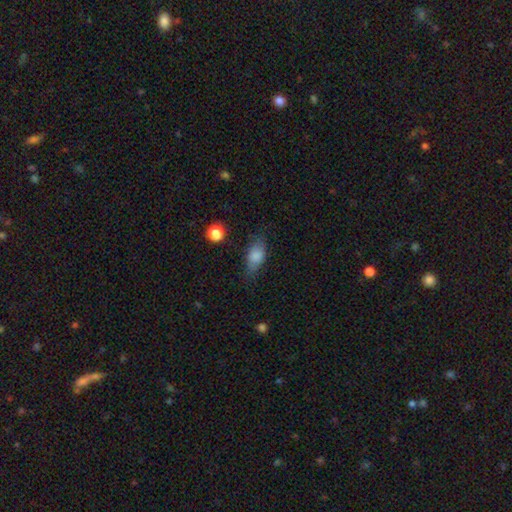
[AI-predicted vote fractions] This appears to be a smooth galaxy with no disk features (79%) that is in between round and cigar-shaped (84%). Merging: none (66%).